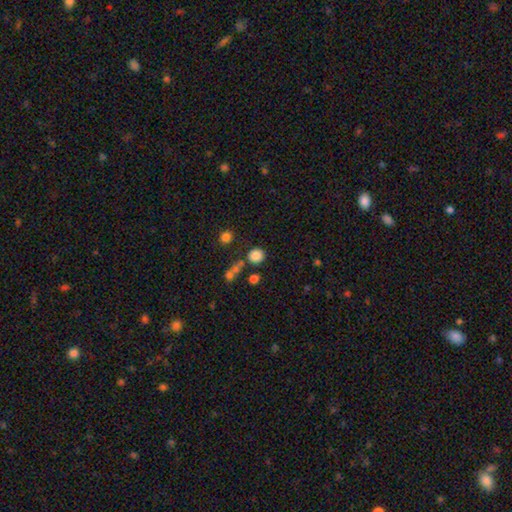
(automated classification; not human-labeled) Smooth or featured?
  - smooth: 83% *
  - star or artifact: 12%
  - featured or disk: 5%
How rounded?
  - round: 90% *
  - in between: 9%
  - cigar-shaped: 1%
Merging?
  - none: 75% *
  - minor disturbance: 11%
  - merger: 9%
  - major disturbance: 4%